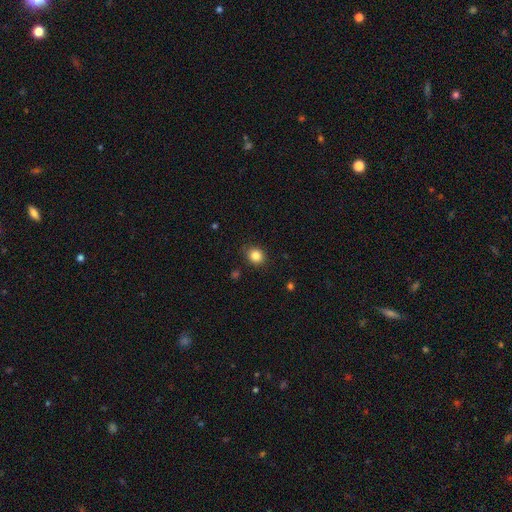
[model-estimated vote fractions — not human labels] A smooth galaxy with no disk features (85%) that is round (77%). Merging: none (86%).